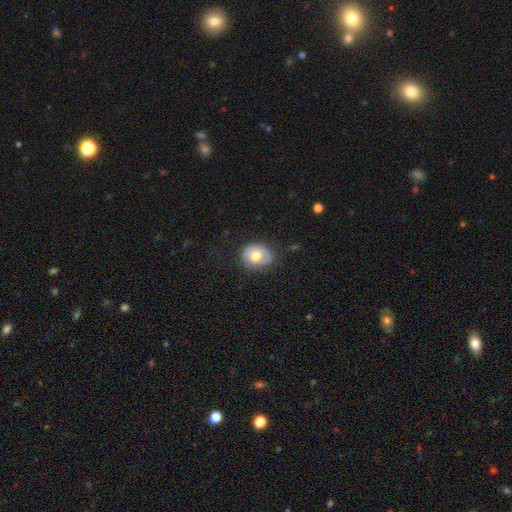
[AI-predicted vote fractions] A smooth galaxy with no disk features (68%) that is round (59%).

Vote fractions:
- Smooth or featured? smooth: 68% / featured or disk: 24% / star or artifact: 8%
- How rounded? round: 59% / in between: 40% / cigar-shaped: 1%
- Merging? none: 74% / minor disturbance: 19% / major disturbance: 5% / merger: 1%